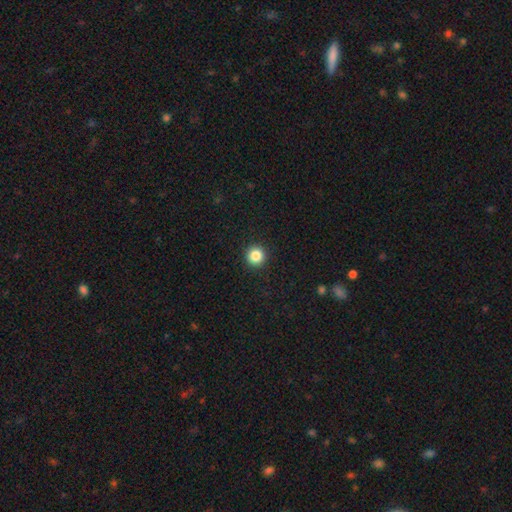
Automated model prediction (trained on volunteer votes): smooth 86%, star or artifact 11%, featured or disk 4%. Down the decision tree: how rounded — round (95%); merging — none (93%).